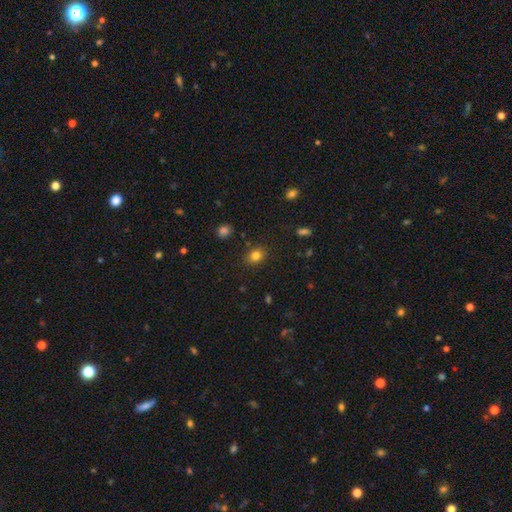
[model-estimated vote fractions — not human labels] This appears to be a smooth galaxy with no disk features (81%) that is round (61%). Merging: none (86%).